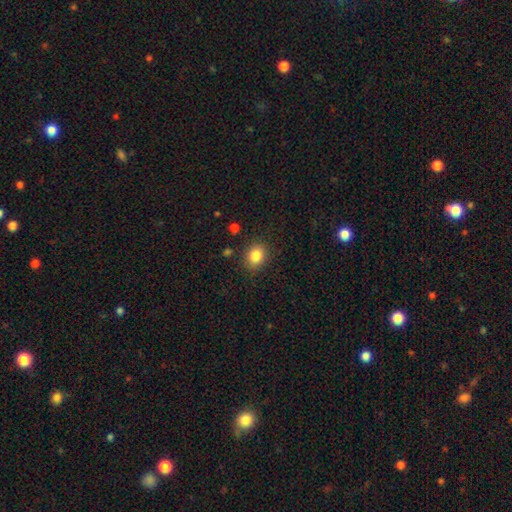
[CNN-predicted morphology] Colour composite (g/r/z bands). It shows a smooth galaxy with no disk features (85%) that is in between round and cigar-shaped (50%). Merging: none (86%).